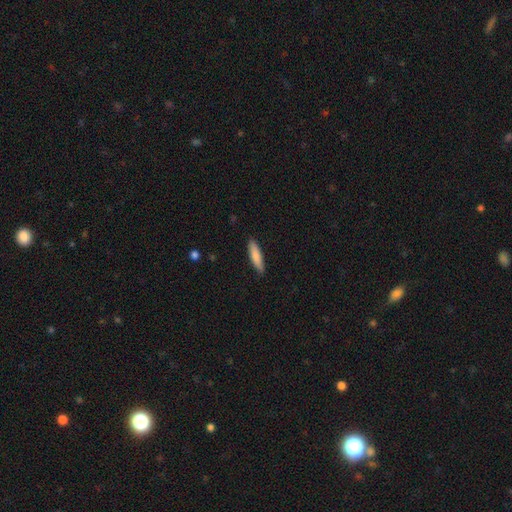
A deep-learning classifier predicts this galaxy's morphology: smooth_or_featured: smooth (p=0.83) [alt: featured or disk p=0.12]
how_rounded: cigar-shaped (p=0.74) [alt: in between p=0.25]
merging: none (p=0.88) [alt: minor disturbance p=0.09]